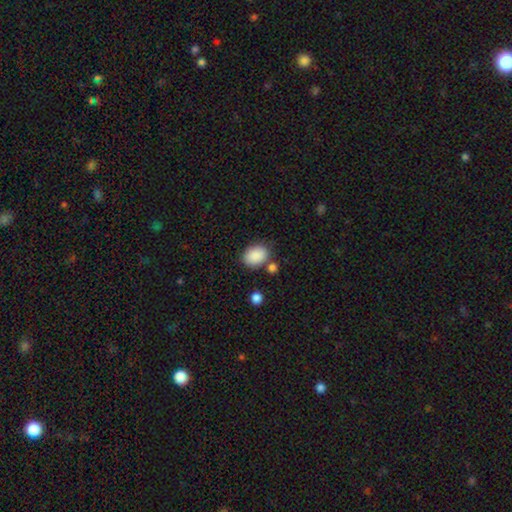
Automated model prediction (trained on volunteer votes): Smooth or featured? Predicted: smooth (p=0.89). How rounded? Predicted: in between (p=0.76). Merging? Predicted: none (p=0.76).